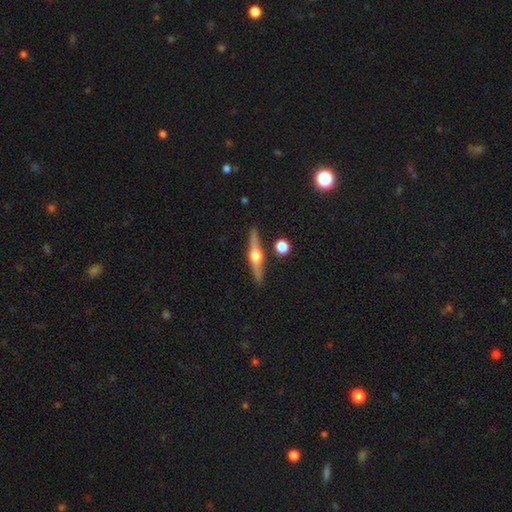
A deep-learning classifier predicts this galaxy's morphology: Smooth or featured? featured or disk (79%)
Edge-on disk? yes (98%)
Edge-on bulge? rounded (96%)
Merging? none (87%)